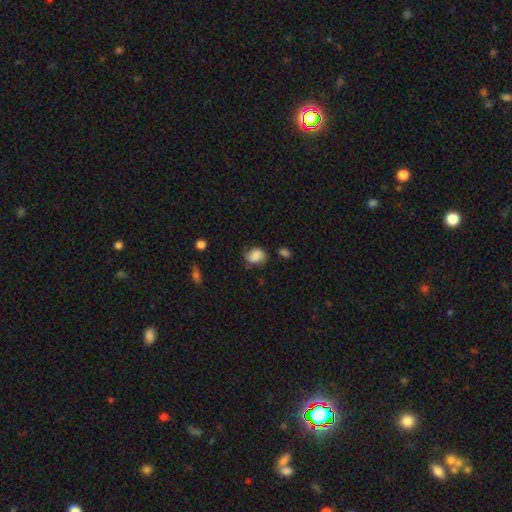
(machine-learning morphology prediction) smooth_or_featured: smooth (p=0.72) [alt: featured or disk p=0.19]
how_rounded: in between (p=0.54) [alt: round p=0.44]
merging: none (p=0.52) [alt: minor disturbance p=0.32]